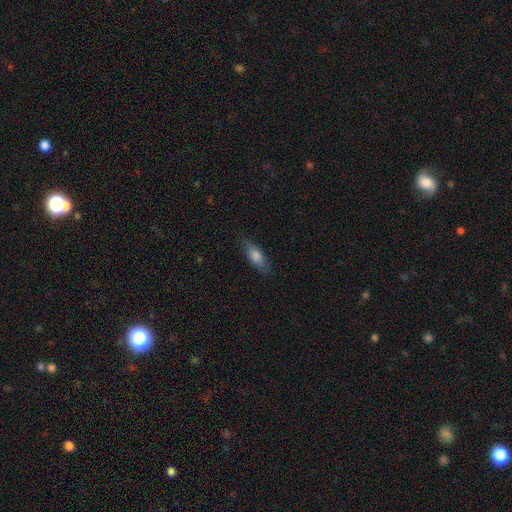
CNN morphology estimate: A smooth galaxy with no disk features (70%) that is in between round and cigar-shaped (58%). Merging: none (82%).